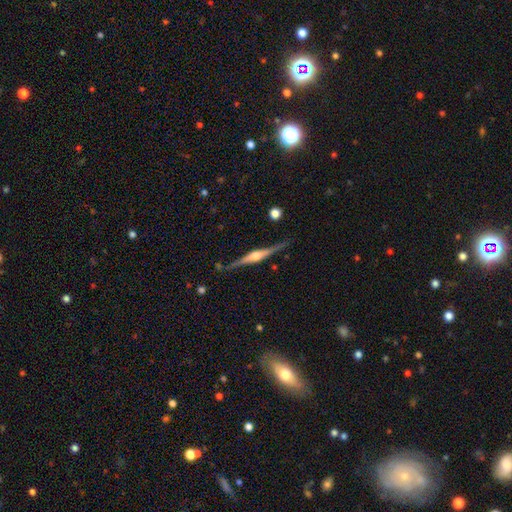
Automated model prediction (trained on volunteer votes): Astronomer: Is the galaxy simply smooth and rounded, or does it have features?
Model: featured or disk — 84%.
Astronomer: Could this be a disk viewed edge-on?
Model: yes — 98%.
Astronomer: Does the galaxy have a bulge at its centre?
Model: rounded — 89%.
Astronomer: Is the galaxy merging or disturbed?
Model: none — 85%.